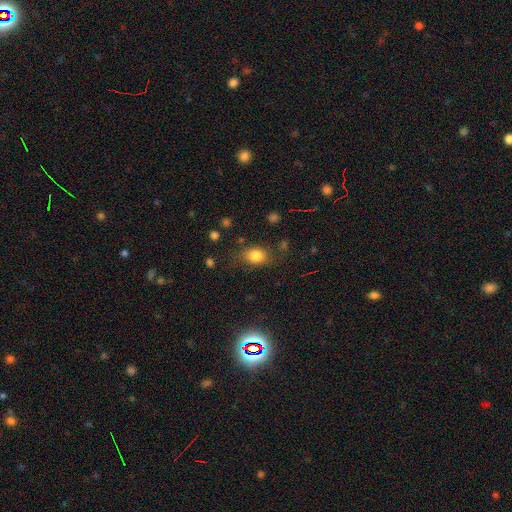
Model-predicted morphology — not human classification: A smooth galaxy with no disk features (81%) that is in between round and cigar-shaped (61%). Merging: none (73%).